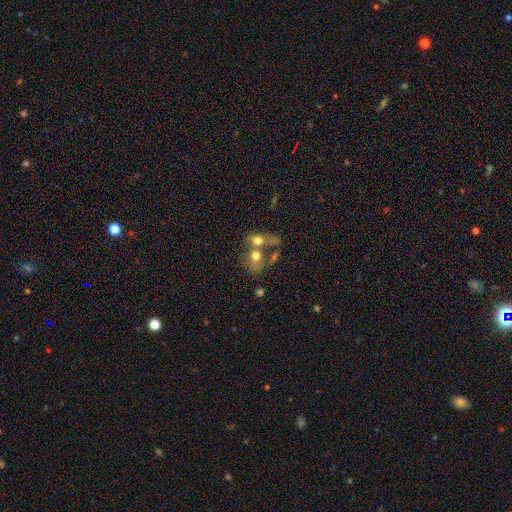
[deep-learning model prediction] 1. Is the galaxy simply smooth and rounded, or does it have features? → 63% smooth, 27% featured or disk, 10% star or artifact.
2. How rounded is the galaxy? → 52% in between, 46% round, 2% cigar-shaped.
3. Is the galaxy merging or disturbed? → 66% merger, 18% none, 9% major disturbance, 8% minor disturbance.